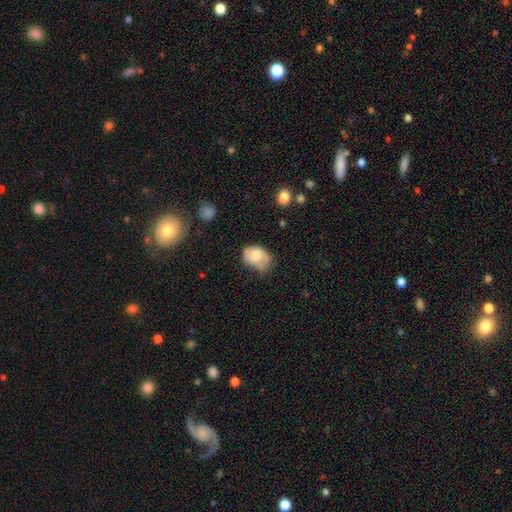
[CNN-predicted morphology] Smooth or featured?
  - smooth: 68% *
  - featured or disk: 24%
  - star or artifact: 8%
How rounded?
  - in between: 75% *
  - round: 23%
  - cigar-shaped: 1%
Merging?
  - none: 43% *
  - minor disturbance: 38%
  - major disturbance: 15%
  - merger: 3%